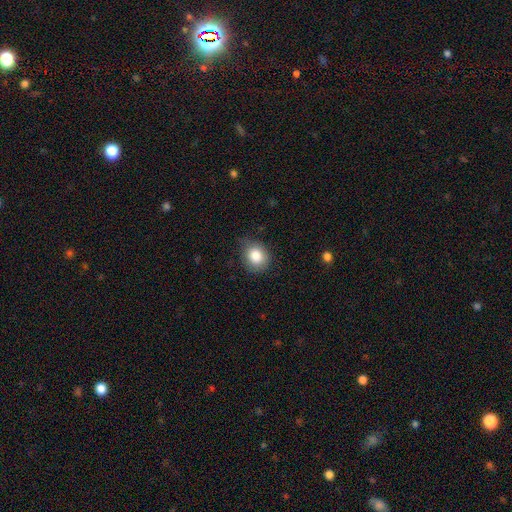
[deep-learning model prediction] The model was most divided on "how rounded": round: 72%, in between: 27%, cigar-shaped: 1%. More confident: smooth or featured — smooth (84%); merging — none (75%).